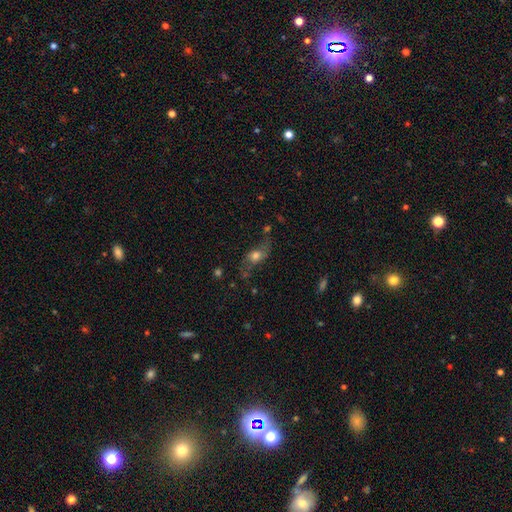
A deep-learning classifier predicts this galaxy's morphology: type=smooth (57%); roundness=in between (66%); merging=none (49%).